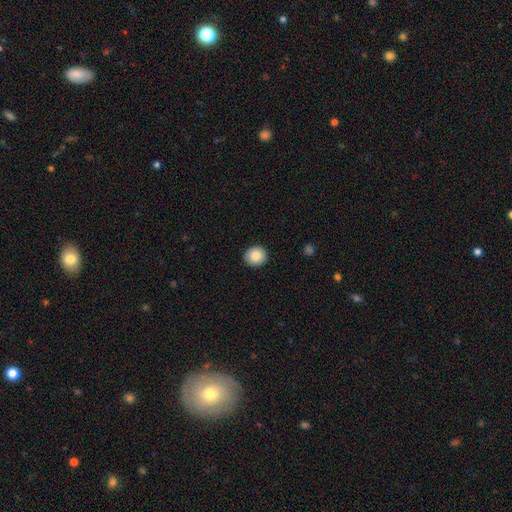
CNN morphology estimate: Smooth or featured? smooth (85%)
How rounded? round (86%)
Merging? none (90%)